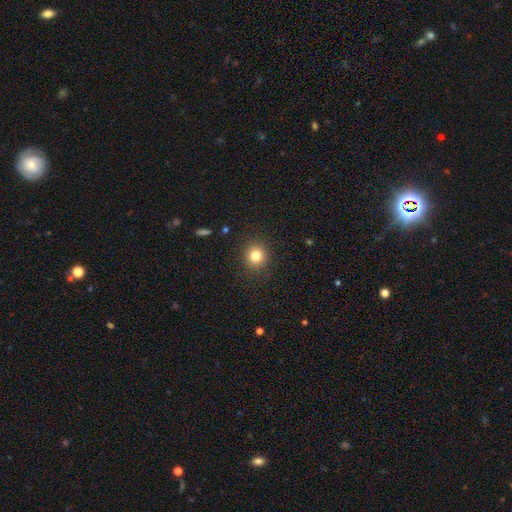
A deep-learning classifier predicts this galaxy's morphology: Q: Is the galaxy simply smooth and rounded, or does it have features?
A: smooth — 81%.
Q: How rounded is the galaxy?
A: round — 89%.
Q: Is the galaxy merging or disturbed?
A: none — 90%.